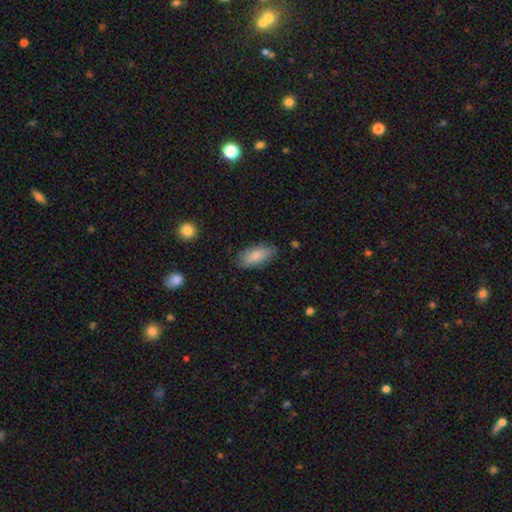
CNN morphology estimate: A smooth galaxy with no disk features (84%) that is in between round and cigar-shaped (87%). Merging: none (80%).